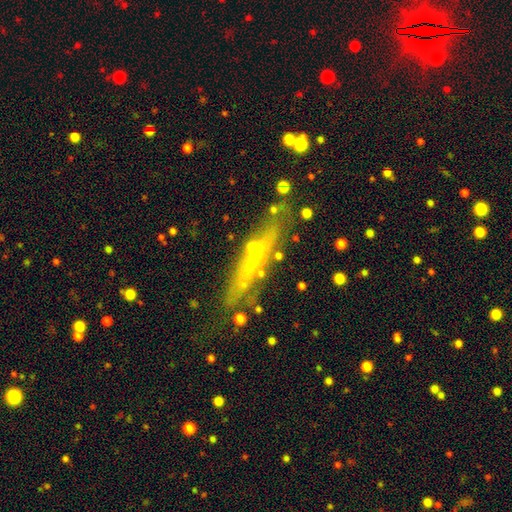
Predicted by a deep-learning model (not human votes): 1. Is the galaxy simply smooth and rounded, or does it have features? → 54% featured or disk, 32% smooth, 14% star or artifact.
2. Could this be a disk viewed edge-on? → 65% yes, 35% no.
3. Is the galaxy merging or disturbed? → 67% none, 16% minor disturbance, 10% merger, 7% major disturbance.